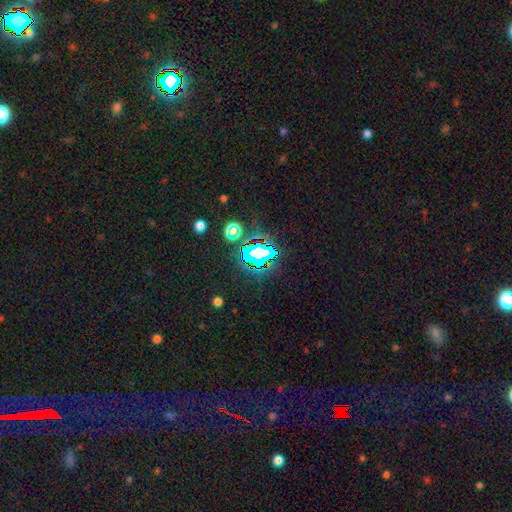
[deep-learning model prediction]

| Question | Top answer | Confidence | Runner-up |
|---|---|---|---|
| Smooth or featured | star or artifact | 67% | smooth (20%) |